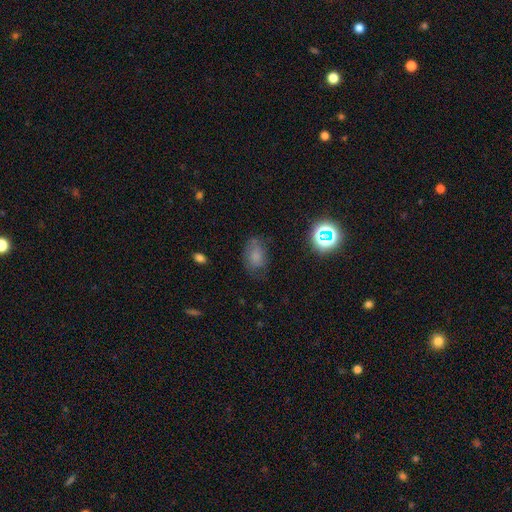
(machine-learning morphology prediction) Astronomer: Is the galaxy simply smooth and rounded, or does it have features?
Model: smooth — 70%.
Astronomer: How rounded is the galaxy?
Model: in between — 79%.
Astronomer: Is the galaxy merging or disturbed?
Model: none — 63%.